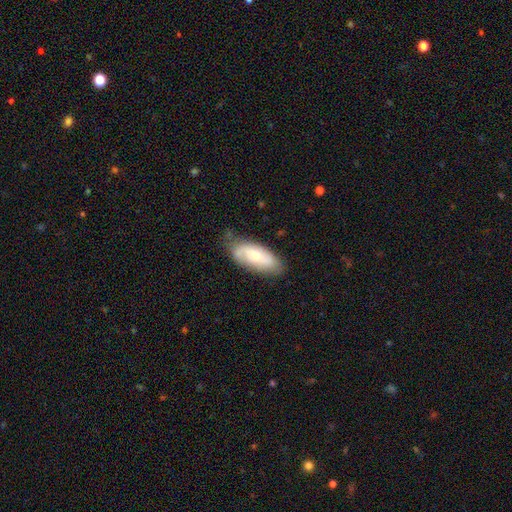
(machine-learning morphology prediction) smooth-or-featured: featured or disk: 50% | smooth: 44% | star or artifact: 6%
  merging: none: 68% | minor disturbance: 24% | major disturbance: 6% | merger: 2%